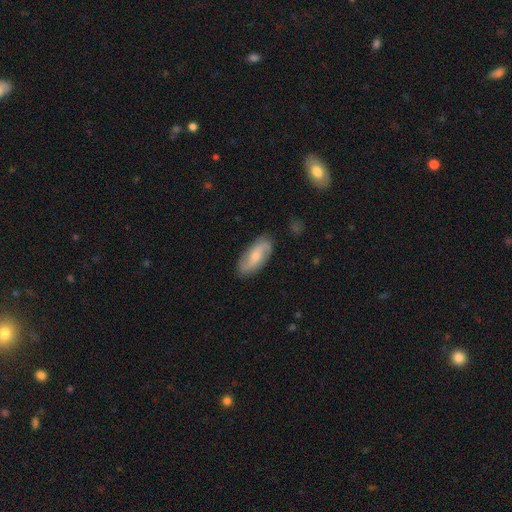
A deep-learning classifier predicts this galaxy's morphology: The model was most divided on "bar": no: 45%, weak: 41%, strong: 15%. Remaining: edge-on disk — no (92%); spiral arms — yes (88%); spiral arm count — 2 (88%); merging — none (84%); smooth or featured — featured or disk (62%); spiral winding — loose (50%); bulge size — small (49%).